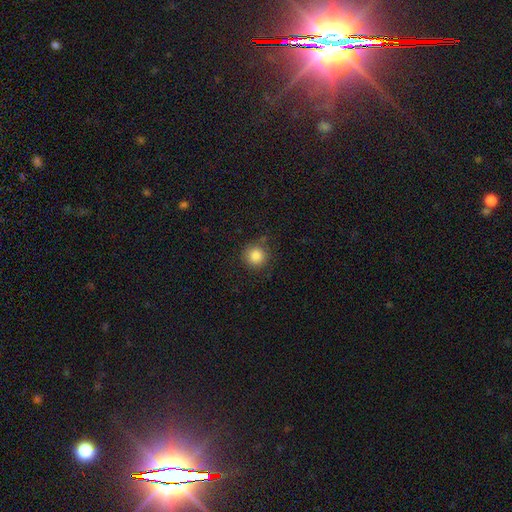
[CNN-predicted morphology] Q: Smooth or featured?
A: smooth (86%); runner-up: star or artifact (10%)
Q: How rounded?
A: round (94%); runner-up: in between (5%)
Q: Merging?
A: none (83%); runner-up: minor disturbance (11%)